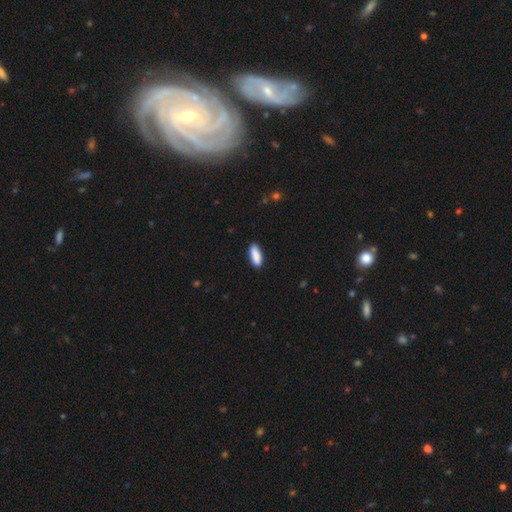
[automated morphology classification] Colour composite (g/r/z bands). It shows a smooth galaxy with no disk features (88%) that is in between round and cigar-shaped (59%). Merging: none (87%).